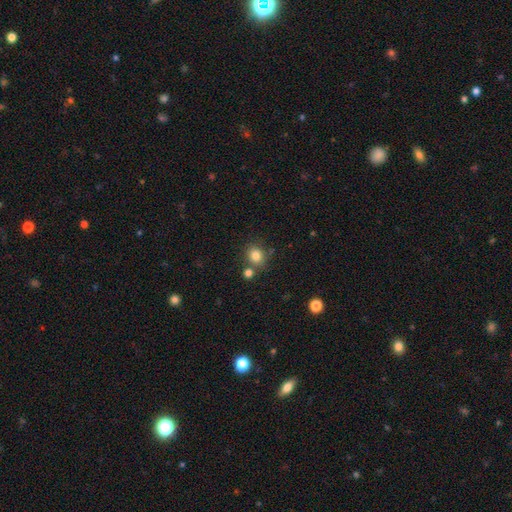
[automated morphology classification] A smooth galaxy with no disk features (82%) that is round (76%).

Vote fractions:
- Smooth or featured? smooth: 82% / star or artifact: 12% / featured or disk: 6%
- How rounded? round: 76% / in between: 23% / cigar-shaped: 1%
- Merging? none: 71% / merger: 15% / minor disturbance: 11% / major disturbance: 3%